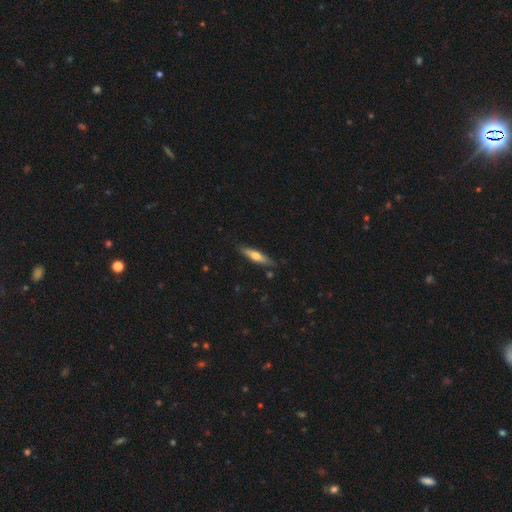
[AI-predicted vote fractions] This is possibly a smooth galaxy (52%). How rounded: likely cigar-shaped (80%). Merging: clearly none (84%).